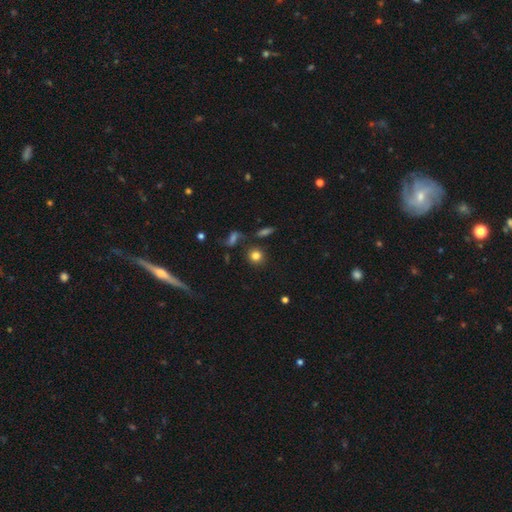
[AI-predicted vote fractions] Q: Smooth or featured?
A: smooth (80%); runner-up: star or artifact (12%)
Q: How rounded?
A: round (84%); runner-up: in between (14%)
Q: Merging?
A: none (78%); runner-up: minor disturbance (10%)